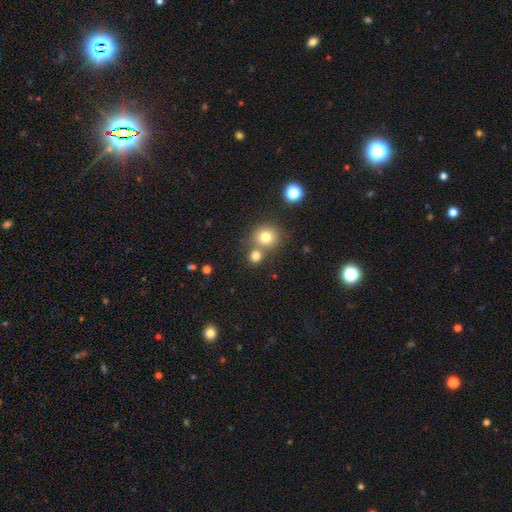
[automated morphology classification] The model was most divided on "merging": none: 57%, merger: 33%, minor disturbance: 7%, major disturbance: 3%. More confident: how rounded — round (86%); smooth or featured — smooth (78%).